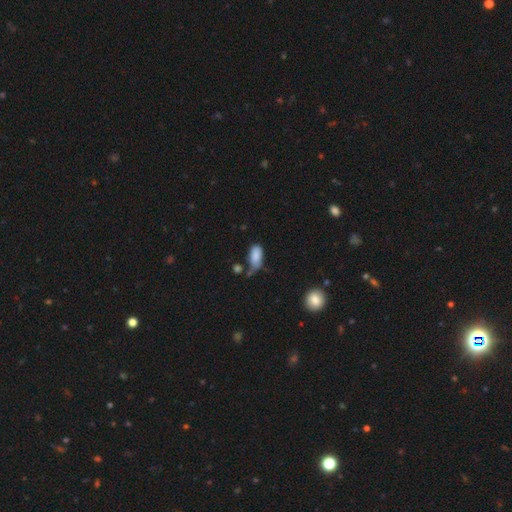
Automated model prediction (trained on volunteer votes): Smooth or featured: smooth — 83% (featured or disk — 9%)
How rounded: in between — 92% (cigar-shaped — 5%)
Merging: none — 34% (minor disturbance — 33%)